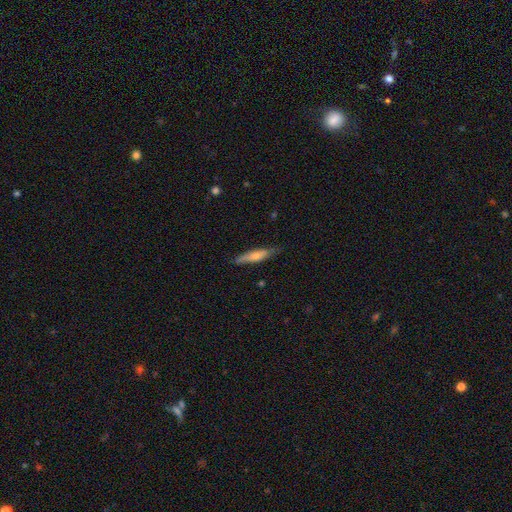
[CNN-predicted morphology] Smooth or featured: smooth — 60% (featured or disk — 34%)
How rounded: cigar-shaped — 81% (in between — 18%)
Merging: none — 77% (minor disturbance — 19%)